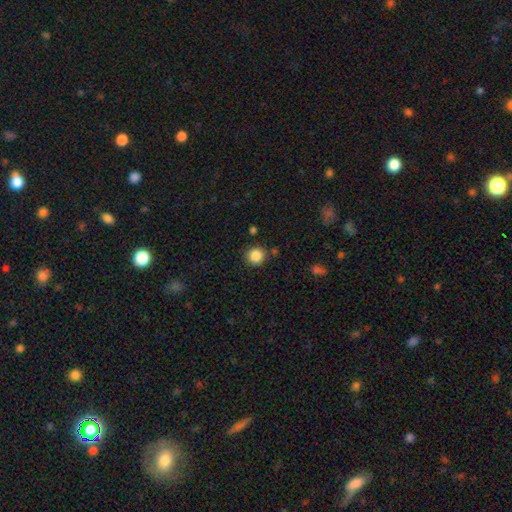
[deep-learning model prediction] smooth 86%, star or artifact 10%, featured or disk 3%. Down the decision tree: how rounded — round (94%); merging — none (87%).